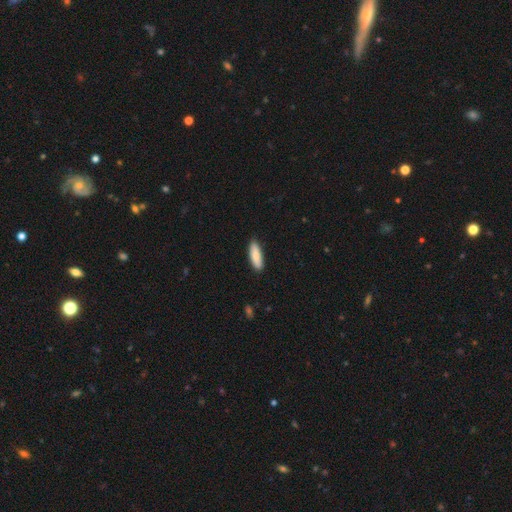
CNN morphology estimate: smooth_or_featured: smooth (p=0.86) [alt: featured or disk p=0.08]
how_rounded: cigar-shaped (p=0.54) [alt: in between p=0.44]
merging: none (p=0.87) [alt: minor disturbance p=0.10]